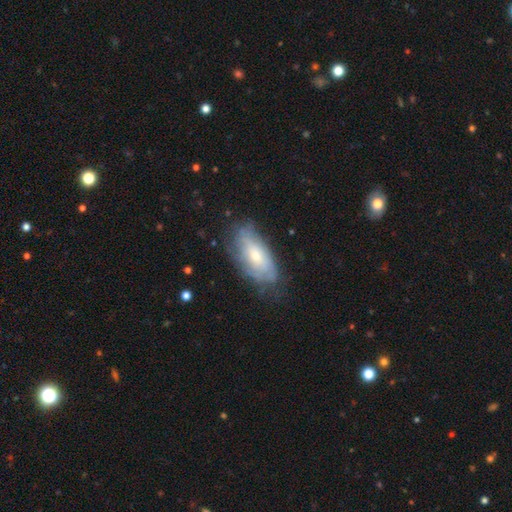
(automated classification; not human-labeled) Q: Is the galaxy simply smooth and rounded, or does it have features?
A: featured or disk — 48%.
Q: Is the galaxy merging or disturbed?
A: none — 63%.